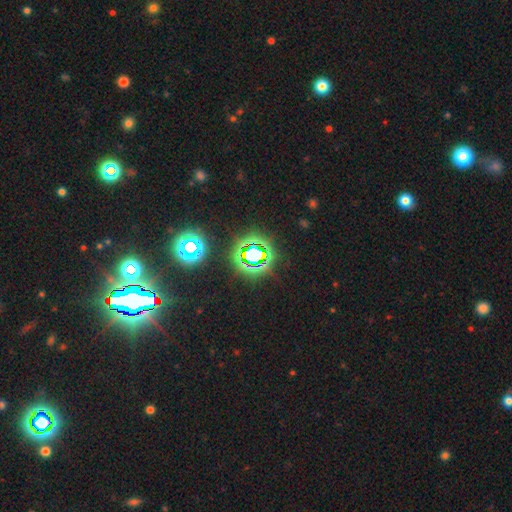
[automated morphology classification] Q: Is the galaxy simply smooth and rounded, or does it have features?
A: star or artifact — 79%.